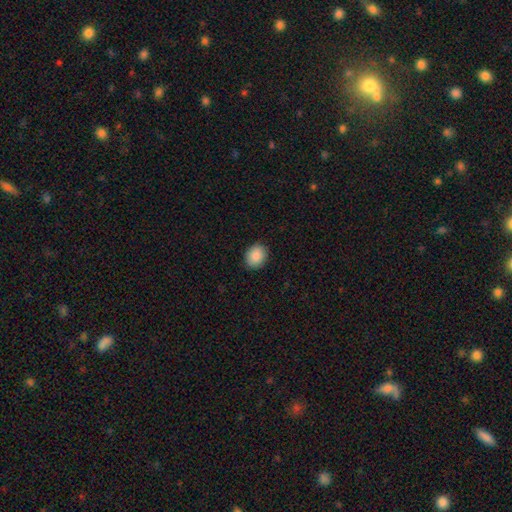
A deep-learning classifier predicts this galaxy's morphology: Smooth or featured? smooth (89%)
How rounded? round (54%)
Merging? none (89%)